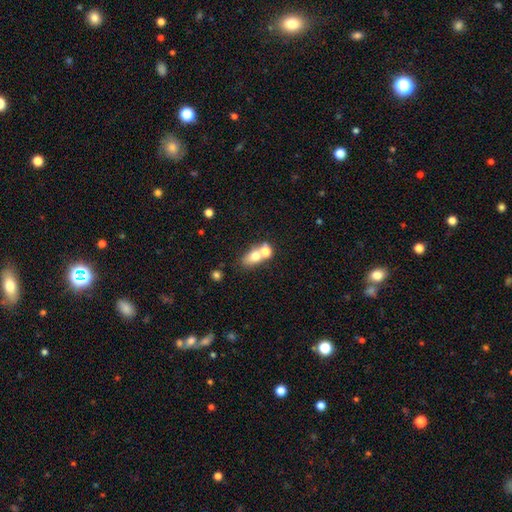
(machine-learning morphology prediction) smooth-or-featured: smooth: 69% | featured or disk: 20% | star or artifact: 11%
  how-rounded: in between: 71% | round: 25% | cigar-shaped: 4%
  merging: merger: 52% | none: 34% | minor disturbance: 9% | major disturbance: 5%